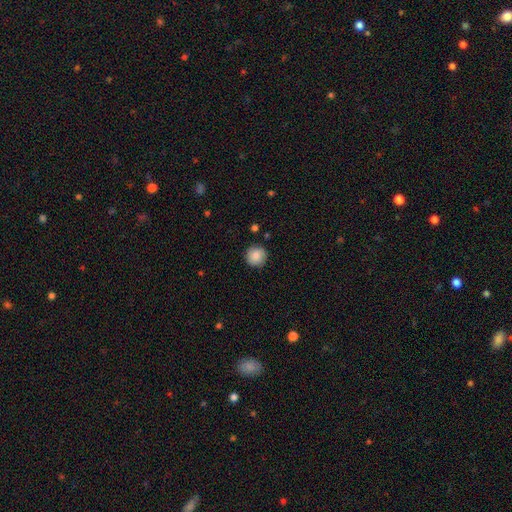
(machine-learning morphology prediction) Smooth or featured? Predicted: smooth (p=0.87). How rounded? Predicted: round (p=0.94). Merging? Predicted: none (p=0.89).